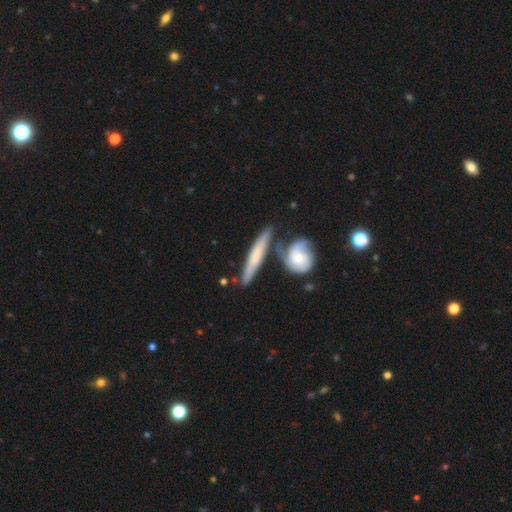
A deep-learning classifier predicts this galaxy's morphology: smooth-or-featured: featured or disk: 52% | smooth: 42% | star or artifact: 6%
  disk-edge-on: yes: 72% | no: 28%
  merging: none: 64% | merger: 17% | minor disturbance: 15% | major disturbance: 4%